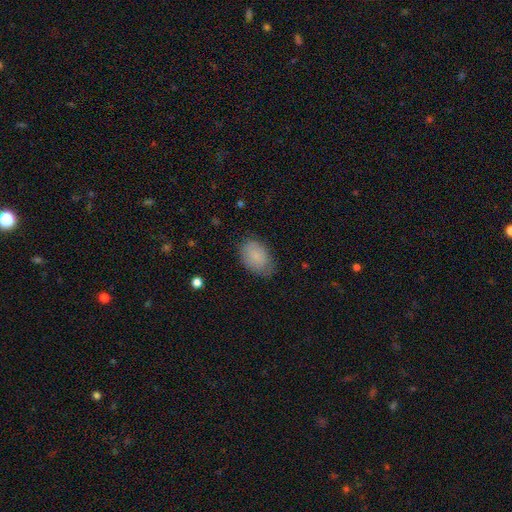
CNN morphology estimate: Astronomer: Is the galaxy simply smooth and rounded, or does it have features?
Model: smooth — 84%.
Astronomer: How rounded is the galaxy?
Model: in between — 87%.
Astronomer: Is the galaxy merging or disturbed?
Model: none — 74%.